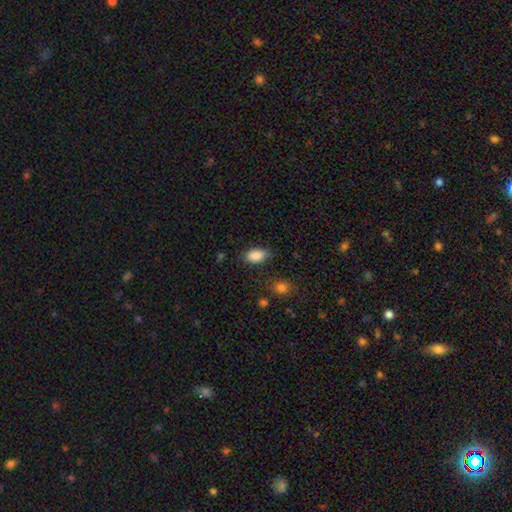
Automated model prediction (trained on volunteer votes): Smooth or featured: smooth — 88% (star or artifact — 8%)
How rounded: in between — 92% (round — 5%)
Merging: none — 80% (minor disturbance — 15%)